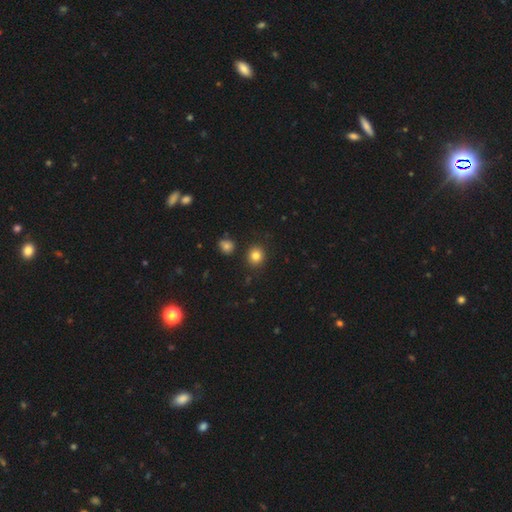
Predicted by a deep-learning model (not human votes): smooth-or-featured: smooth: 82% | star or artifact: 12% | featured or disk: 6%
  how-rounded: round: 85% | in between: 15% | cigar-shaped: 1%
  merging: none: 87% | minor disturbance: 7% | merger: 3% | major disturbance: 2%